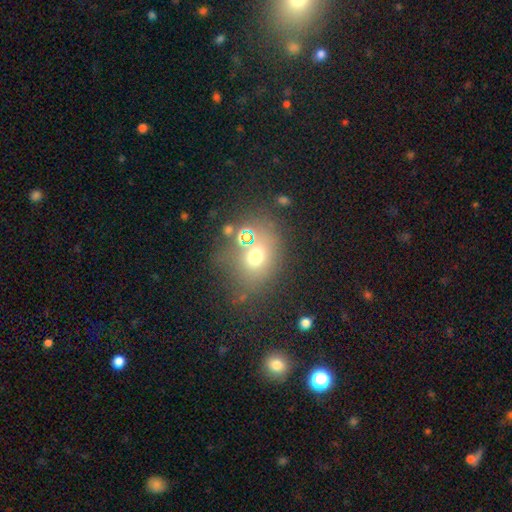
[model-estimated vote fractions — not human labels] Smooth or featured?
  - smooth: 62% *
  - star or artifact: 23%
  - featured or disk: 14%
How rounded?
  - round: 56% *
  - in between: 42%
  - cigar-shaped: 2%
Merging?
  - none: 63% *
  - minor disturbance: 15%
  - merger: 12%
  - major disturbance: 10%